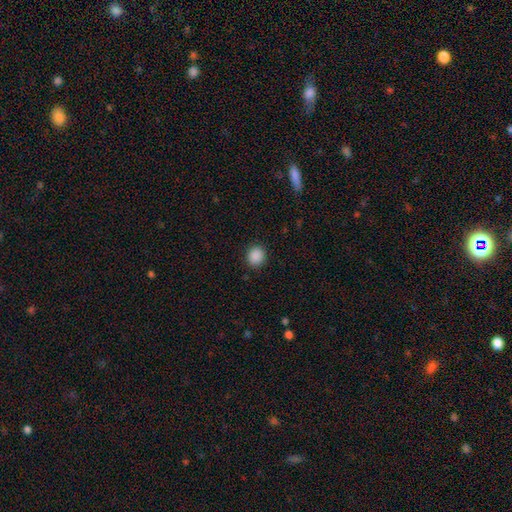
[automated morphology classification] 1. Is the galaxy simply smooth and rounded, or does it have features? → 89% smooth, 9% star or artifact, 2% featured or disk.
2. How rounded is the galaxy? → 76% round, 23% in between, 1% cigar-shaped.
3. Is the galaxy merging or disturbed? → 90% none, 7% minor disturbance, 2% major disturbance, 1% merger.